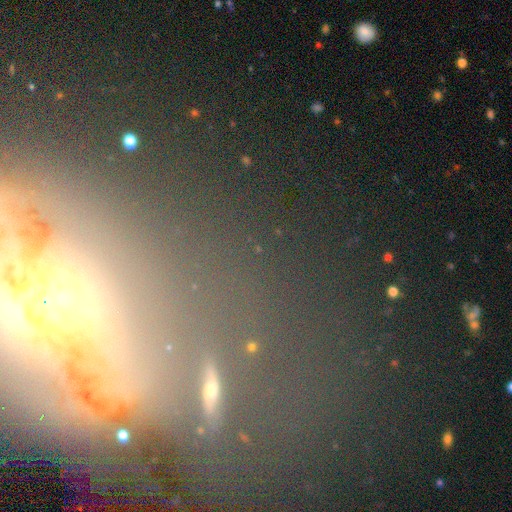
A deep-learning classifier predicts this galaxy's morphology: The model was most divided on "smooth or featured": star or artifact: 44%, featured or disk: 35%, smooth: 22%.